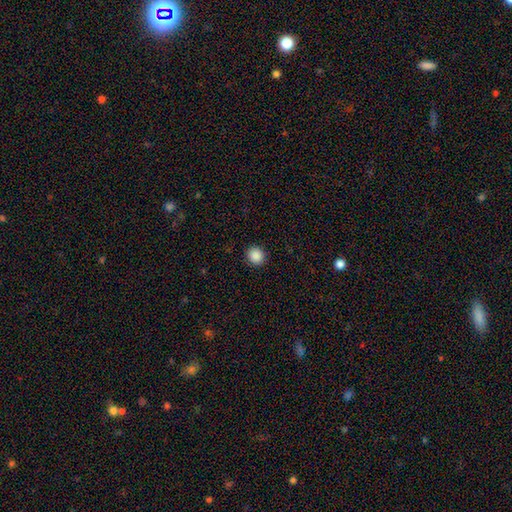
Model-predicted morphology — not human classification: This appears to be a smooth galaxy with no disk features (88%) that is round (88%). Merging: none (92%).